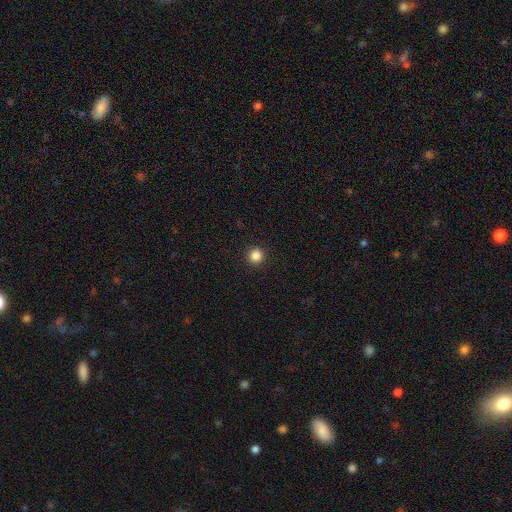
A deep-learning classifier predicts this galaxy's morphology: smooth_or_featured: smooth (p=0.85) [alt: star or artifact p=0.12]
how_rounded: round (p=0.95) [alt: in between p=0.04]
merging: none (p=0.94) [alt: minor disturbance p=0.04]